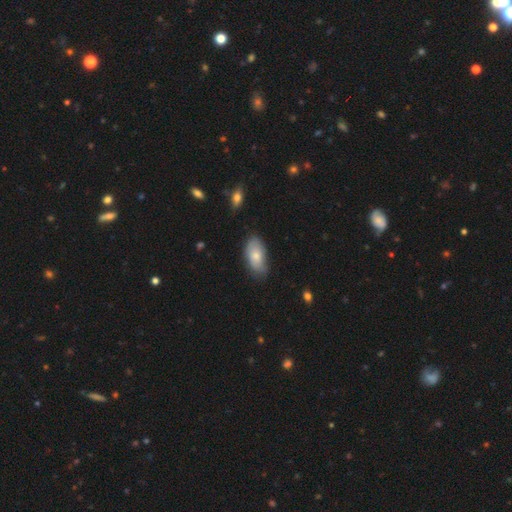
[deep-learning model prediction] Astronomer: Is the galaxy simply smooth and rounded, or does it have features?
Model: smooth — 75%.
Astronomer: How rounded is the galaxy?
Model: in between — 93%.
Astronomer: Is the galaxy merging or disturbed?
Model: none — 67%.